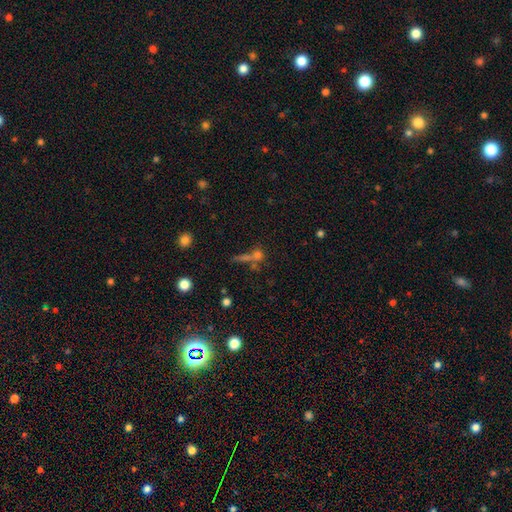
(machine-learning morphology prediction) Smooth or featured? Predicted: smooth (p=0.57). How rounded? Predicted: round (p=0.70). Merging? Predicted: none (p=0.51).